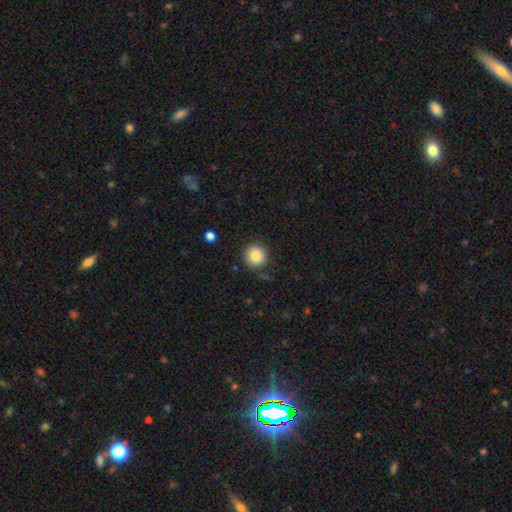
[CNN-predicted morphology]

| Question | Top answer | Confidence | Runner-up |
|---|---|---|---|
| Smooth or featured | smooth | 87% | star or artifact (9%) |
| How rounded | round | 93% | in between (6%) |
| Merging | none | 86% | minor disturbance (9%) |